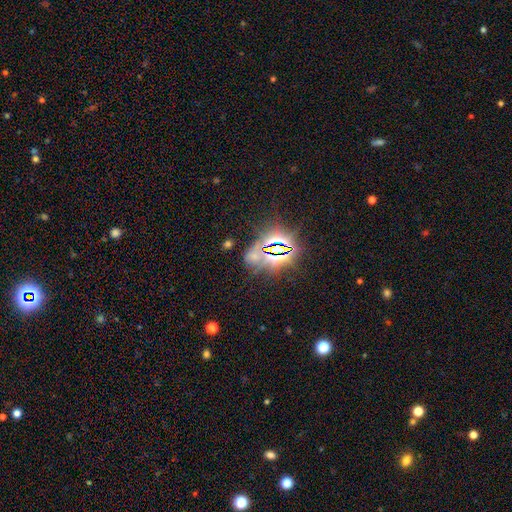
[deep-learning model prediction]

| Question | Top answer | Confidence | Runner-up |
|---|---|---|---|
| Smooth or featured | star or artifact | 70% | smooth (19%) |